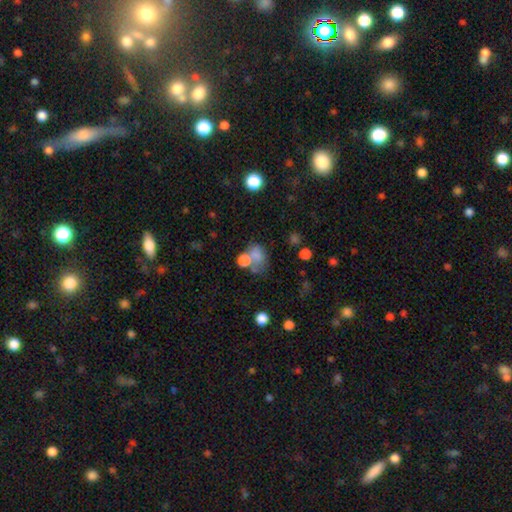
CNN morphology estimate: smooth-or-featured: smooth: 70% | featured or disk: 15% | star or artifact: 15%
  how-rounded: in between: 56% | round: 43% | cigar-shaped: 1%
  merging: merger: 36% | none: 32% | minor disturbance: 16% | major disturbance: 16%